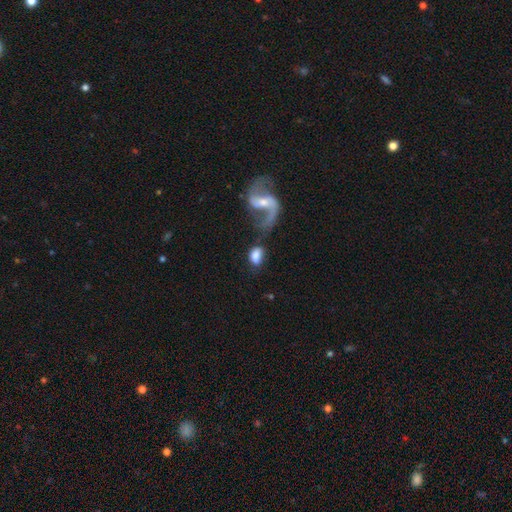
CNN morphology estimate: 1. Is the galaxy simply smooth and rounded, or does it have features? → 65% smooth, 27% featured or disk, 8% star or artifact.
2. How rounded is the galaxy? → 89% in between, 9% round, 2% cigar-shaped.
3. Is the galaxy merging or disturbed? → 41% none, 26% merger, 17% major disturbance, 16% minor disturbance.